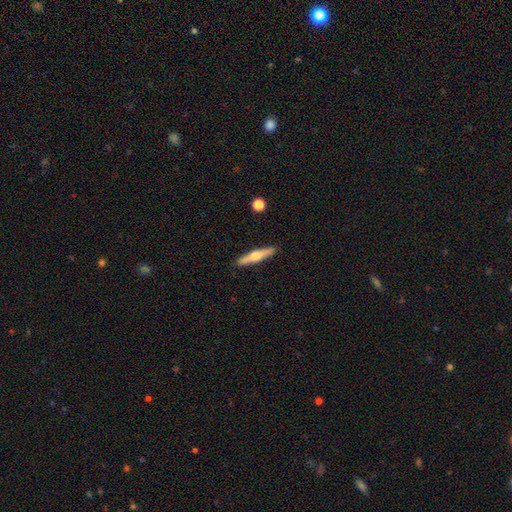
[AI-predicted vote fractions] A featured or disk galaxy (52%) viewed edge-on (96%). Merging: none (90%).